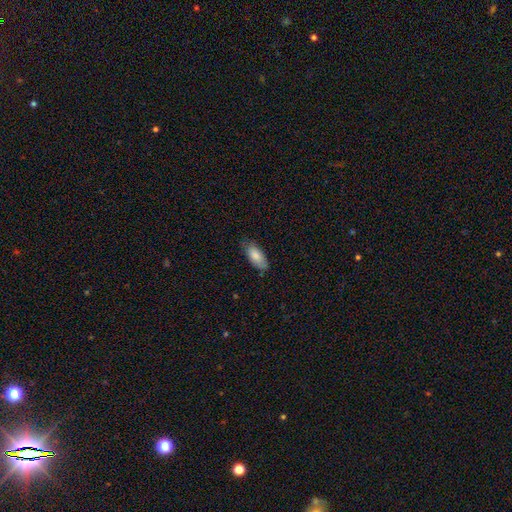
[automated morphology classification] smooth 84%, featured or disk 10%, star or artifact 6%. Down the decision tree: how rounded — in between (87%); merging — none (72%).